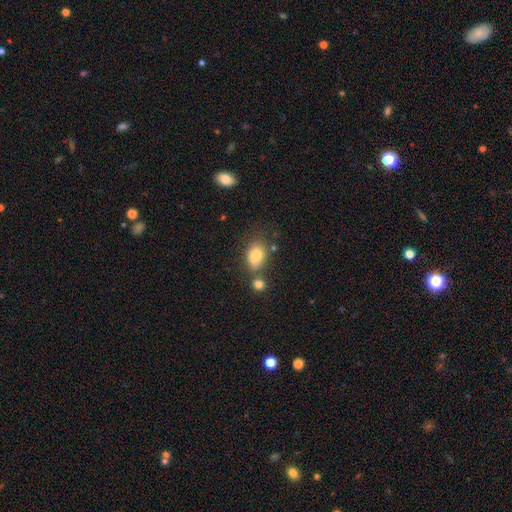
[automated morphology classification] Smooth or featured: smooth — 74% (featured or disk — 15%)
How rounded: in between — 72% (round — 27%)
Merging: none — 38% (merger — 32%)